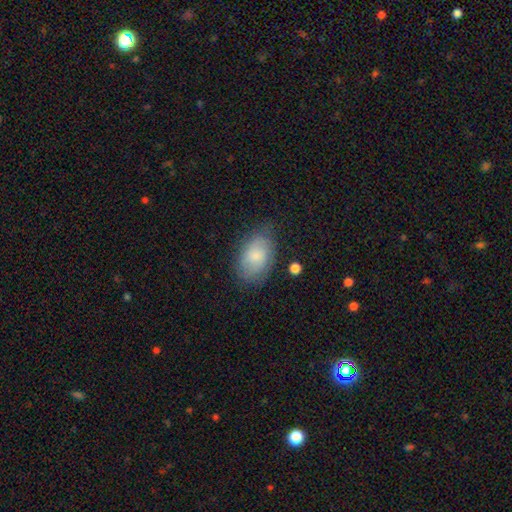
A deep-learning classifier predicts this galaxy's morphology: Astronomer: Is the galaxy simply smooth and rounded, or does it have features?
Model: smooth — 72%.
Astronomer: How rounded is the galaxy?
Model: in between — 89%.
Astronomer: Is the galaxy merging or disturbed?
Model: none — 69%.